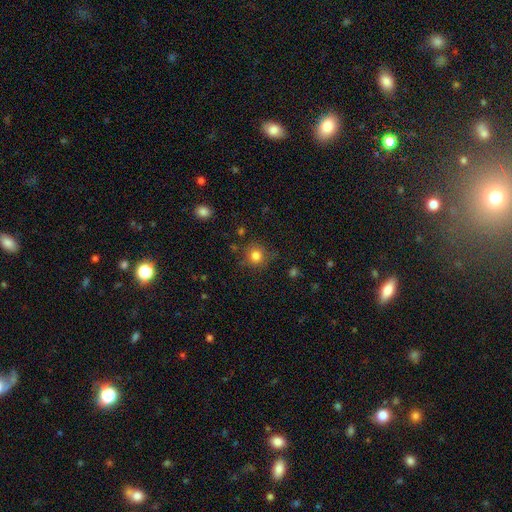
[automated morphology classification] This is clearly a smooth galaxy (82%). How rounded: clearly round (92%). Merging: clearly none (83%).